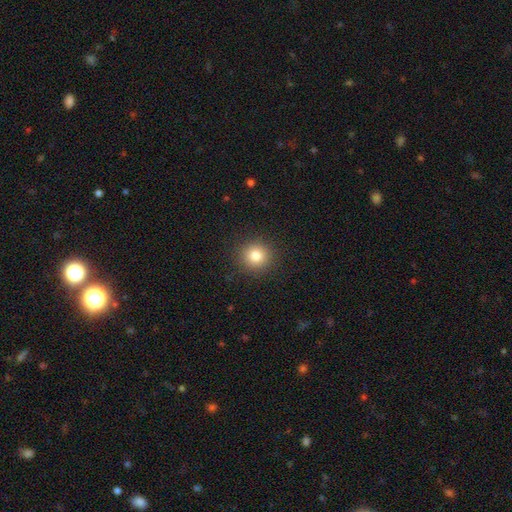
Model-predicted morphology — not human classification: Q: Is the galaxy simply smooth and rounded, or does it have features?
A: smooth — 81%.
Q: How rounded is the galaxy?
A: round — 92%.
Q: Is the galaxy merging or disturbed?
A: none — 91%.